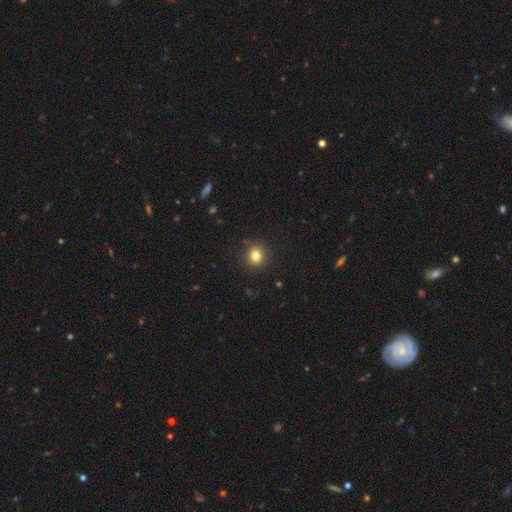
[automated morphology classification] This appears to be a smooth galaxy with no disk features (80%) that is round (85%). Merging: none (88%).